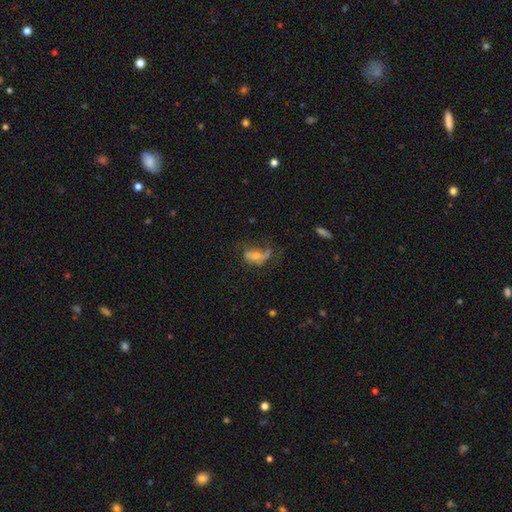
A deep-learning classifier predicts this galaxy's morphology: A featured or disk galaxy (57%) with no bar (65%), spiral arms (62%) and a small central bulge (46%).

Vote fractions:
- Smooth or featured? featured or disk: 57% / smooth: 28% / star or artifact: 15%
- Edge-on disk? no: 93% / yes: 7%
- Bar? no: 65% / weak: 25% / strong: 10%
- Spiral arms? yes: 62% / no: 38%
- Bulge size? small: 46% / moderate: 42% / none: 6% / large: 4% / dominant: 2%
- Merging? major disturbance: 38% / none: 36% / minor disturbance: 20% / merger: 5%